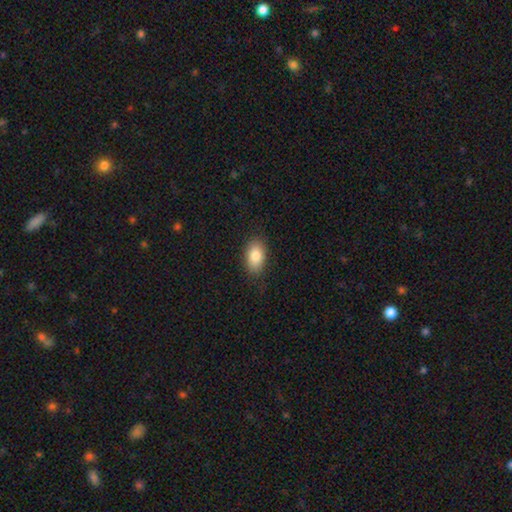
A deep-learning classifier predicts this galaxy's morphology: smooth_or_featured: smooth (p=0.86) [alt: star or artifact p=0.07]
how_rounded: in between (p=0.92) [alt: round p=0.07]
merging: none (p=0.84) [alt: minor disturbance p=0.12]